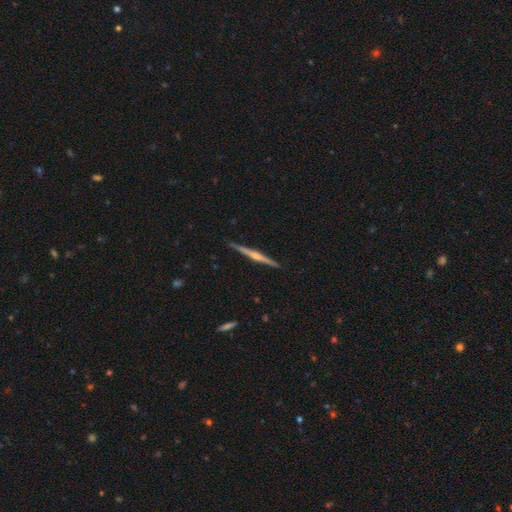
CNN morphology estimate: Overall: featured or disk (78%). Edge-on disk: yes (99%). Edge-on bulge: rounded (78%). Merging: none (91%).